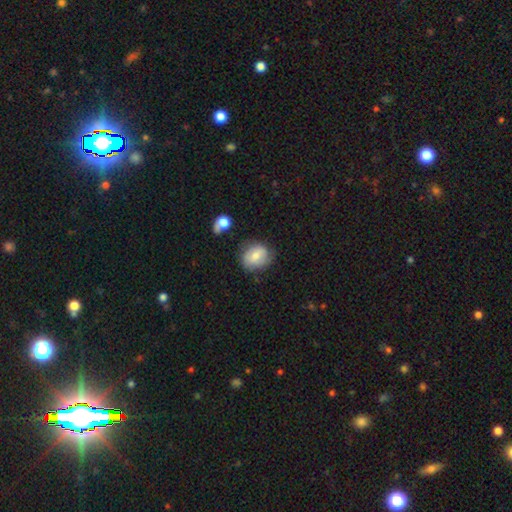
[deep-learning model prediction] smooth_or_featured: smooth (p=0.67) [alt: featured or disk p=0.25]
how_rounded: round (p=0.62) [alt: in between p=0.37]
merging: none (p=0.65) [alt: minor disturbance p=0.24]